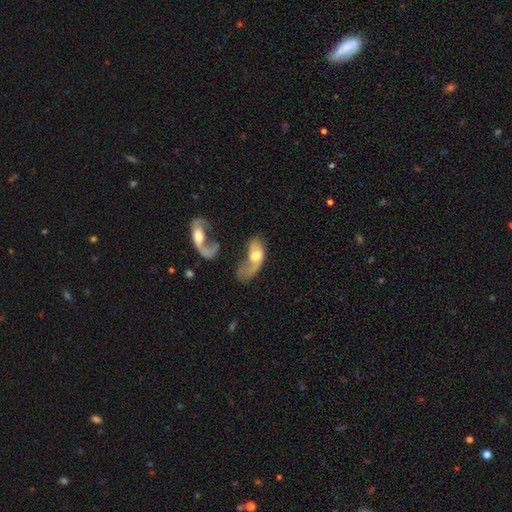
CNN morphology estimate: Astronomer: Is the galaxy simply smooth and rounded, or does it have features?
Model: featured or disk — 51% (runner-up: smooth, 42%).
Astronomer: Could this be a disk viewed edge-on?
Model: no — 90%.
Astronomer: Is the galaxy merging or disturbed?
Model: major disturbance — 43% (runner-up: merger, 27%).